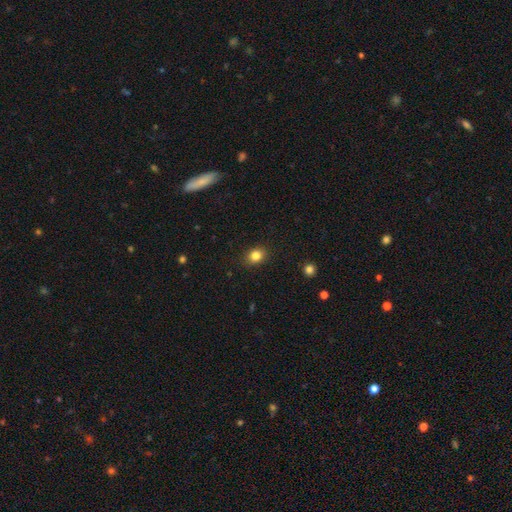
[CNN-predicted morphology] A smooth galaxy with no disk features (84%) that is round (53%).

Vote fractions:
- Smooth or featured? smooth: 84% / star or artifact: 11% / featured or disk: 6%
- How rounded? round: 53% / in between: 46% / cigar-shaped: 1%
- Merging? none: 87% / minor disturbance: 9% / major disturbance: 2% / merger: 1%